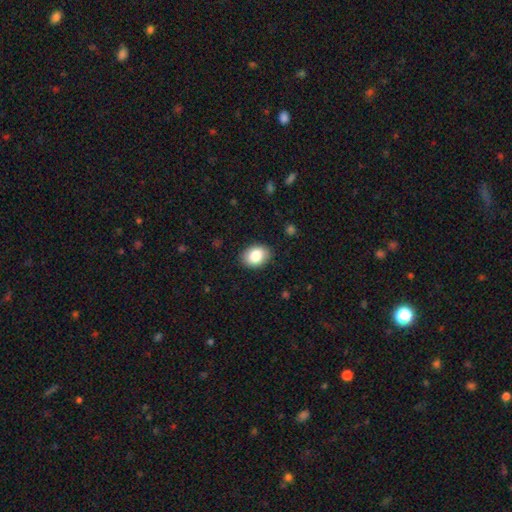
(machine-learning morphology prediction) Overall: smooth (85%). How rounded: in between (73%). Merging: none (87%).